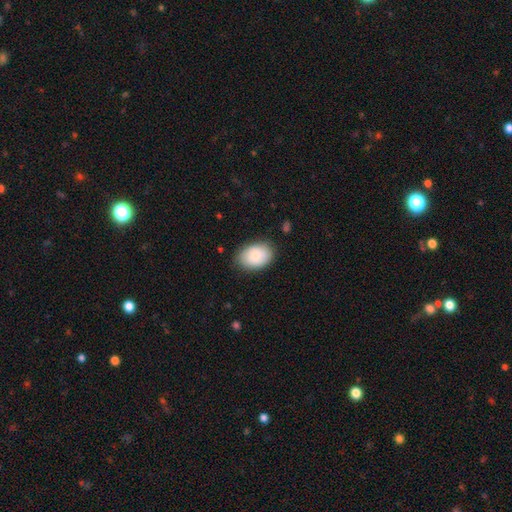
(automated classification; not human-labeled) Q: Smooth or featured?
A: smooth (83%); runner-up: featured or disk (11%)
Q: How rounded?
A: in between (82%); runner-up: round (17%)
Q: Merging?
A: none (80%); runner-up: minor disturbance (16%)